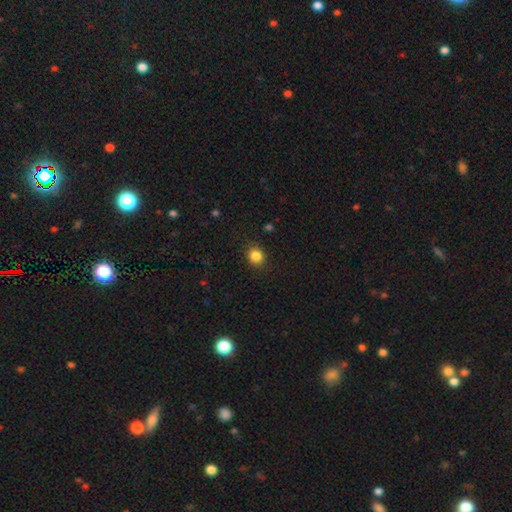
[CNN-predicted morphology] Smooth or featured?
  - smooth: 85% *
  - star or artifact: 11%
  - featured or disk: 4%
How rounded?
  - round: 75% *
  - in between: 24%
  - cigar-shaped: 1%
Merging?
  - none: 87% *
  - minor disturbance: 9%
  - major disturbance: 3%
  - merger: 1%